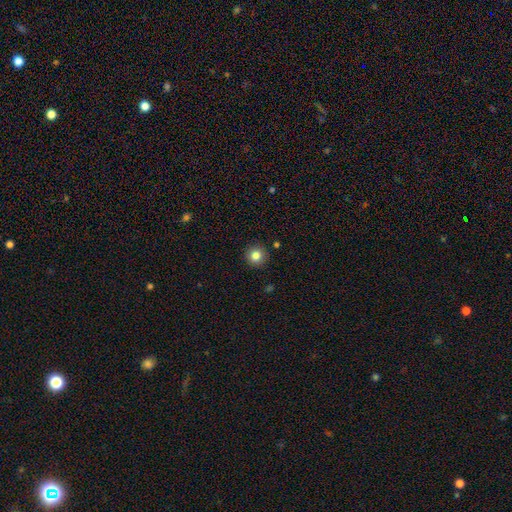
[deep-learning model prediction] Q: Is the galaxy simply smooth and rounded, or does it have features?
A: smooth — 83%.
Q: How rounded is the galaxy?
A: round — 95%.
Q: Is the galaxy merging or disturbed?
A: none — 92%.